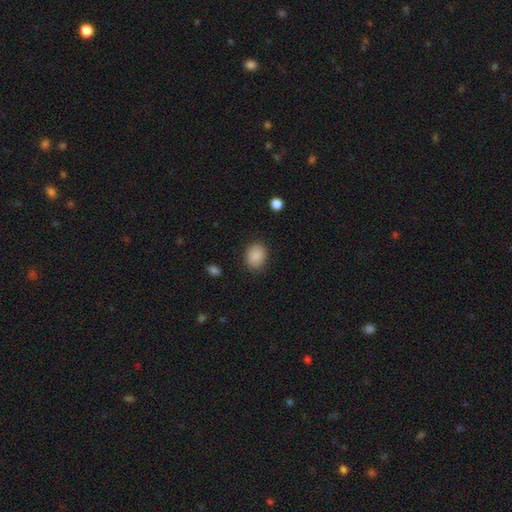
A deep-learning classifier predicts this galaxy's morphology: smooth 88%, star or artifact 8%, featured or disk 4%. Down the decision tree: how rounded — round (51%); merging — none (83%).